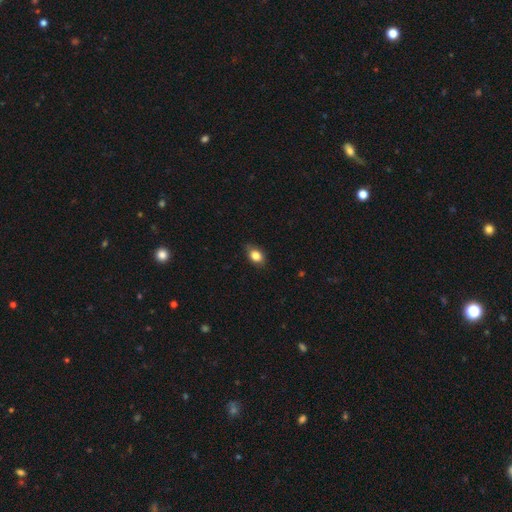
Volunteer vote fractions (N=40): Smooth or featured?
  - smooth: 85% *
  - star or artifact: 10%
  - featured or disk: 5%
How rounded?
  - in between: 79% *
  - round: 18%
  - cigar-shaped: 3%
Merging?
  - none: 72% *
  - minor disturbance: 19%
  - major disturbance: 8%
  - merger: 0%